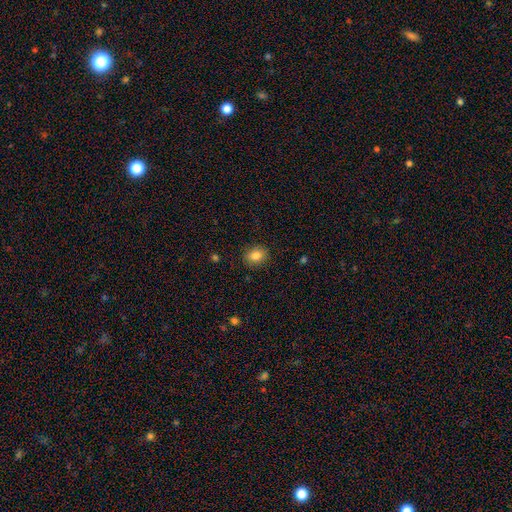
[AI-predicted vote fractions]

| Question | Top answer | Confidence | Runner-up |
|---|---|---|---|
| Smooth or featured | smooth | 84% | star or artifact (9%) |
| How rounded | in between | 50% | round (49%) |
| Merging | none | 88% | minor disturbance (9%) |